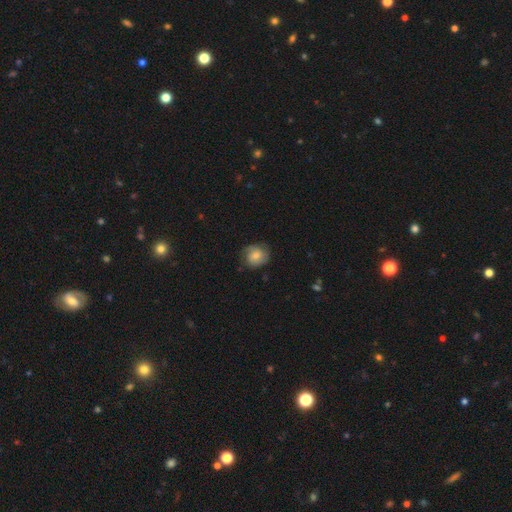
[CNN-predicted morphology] This appears to be a smooth galaxy with no disk features (54%) that is round (80%). Merging: none (73%).